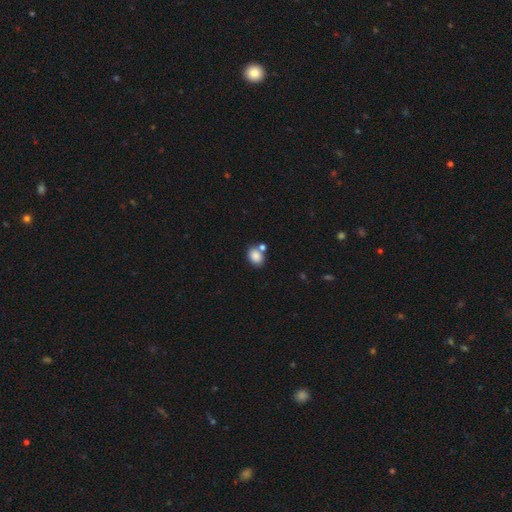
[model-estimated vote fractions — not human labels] Overall: smooth (85%). How rounded: in between (68%; round 31%). Merging: none (60%; merger 25%).